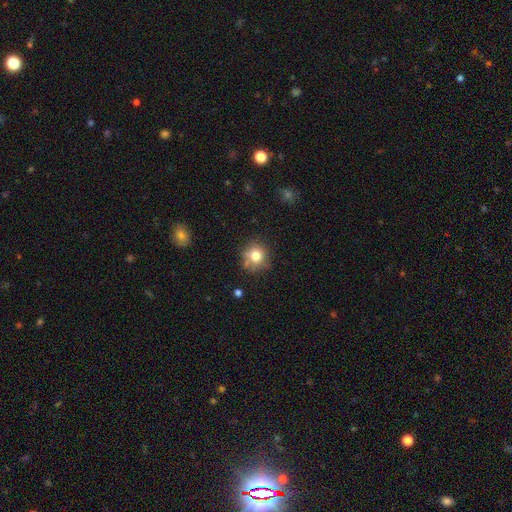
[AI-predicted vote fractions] Morphology: type=smooth (78%); roundness=round (89%); merging=none (73%).